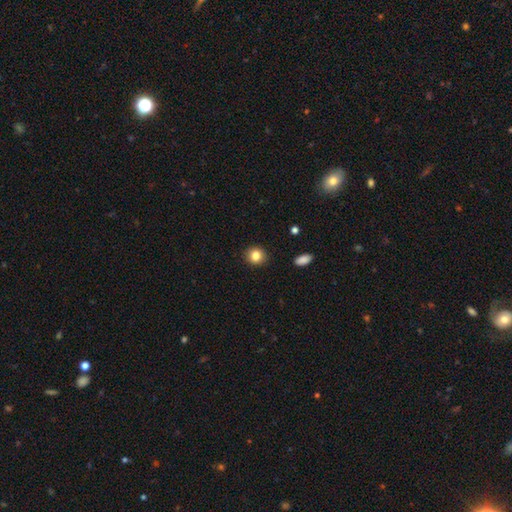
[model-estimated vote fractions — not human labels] Q: Smooth or featured?
A: smooth (84%); runner-up: star or artifact (10%)
Q: How rounded?
A: round (84%); runner-up: in between (15%)
Q: Merging?
A: none (91%); runner-up: minor disturbance (6%)